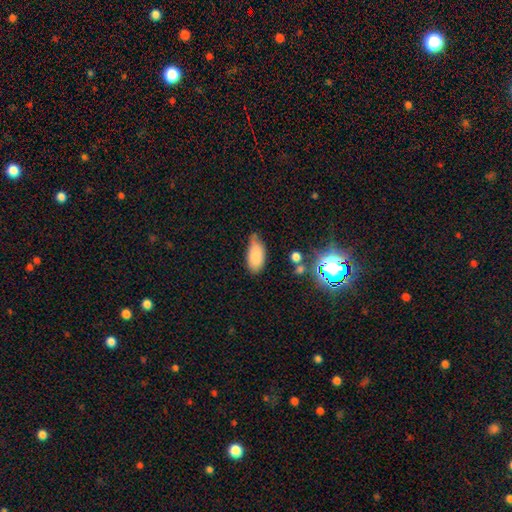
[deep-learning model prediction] smooth-or-featured: smooth: 83% | star or artifact: 10% | featured or disk: 7%
  how-rounded: in between: 90% | cigar-shaped: 8% | round: 3%
  merging: none: 52% | minor disturbance: 36% | major disturbance: 8% | merger: 4%